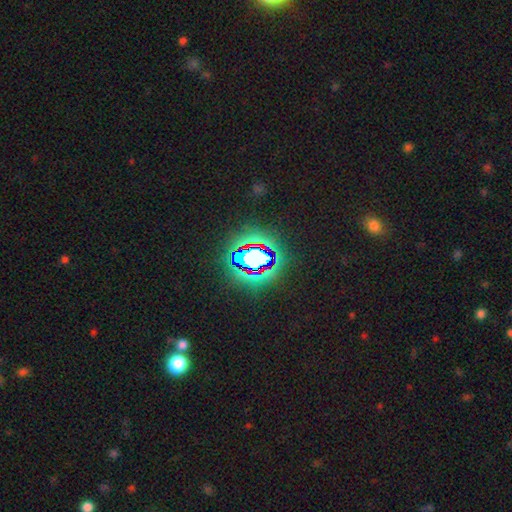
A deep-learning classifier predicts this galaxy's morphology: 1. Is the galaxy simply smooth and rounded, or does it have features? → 71% star or artifact, 19% smooth, 11% featured or disk.